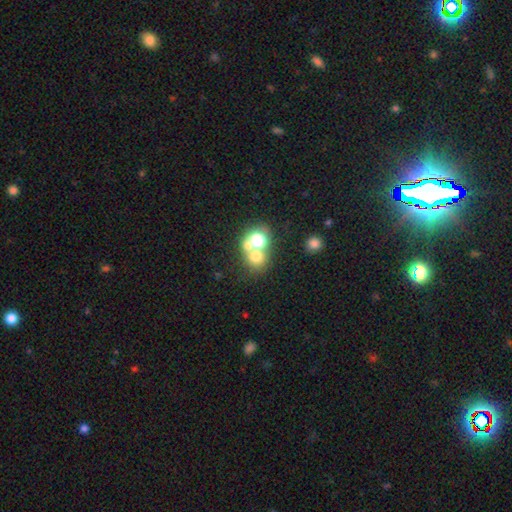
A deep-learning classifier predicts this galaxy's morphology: The model was most divided on "merging": merger: 51%, none: 39%, minor disturbance: 6%, major disturbance: 4%. More confident: how rounded — round (78%); smooth or featured — smooth (63%).